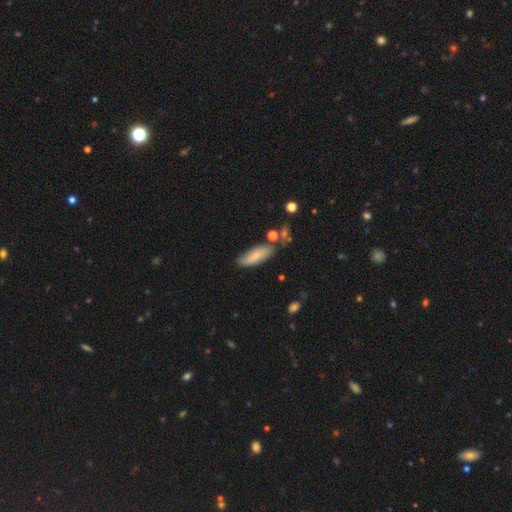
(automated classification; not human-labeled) This appears to be a smooth galaxy with no disk features (73%) that is in between round and cigar-shaped (65%). Merging: none (74%).